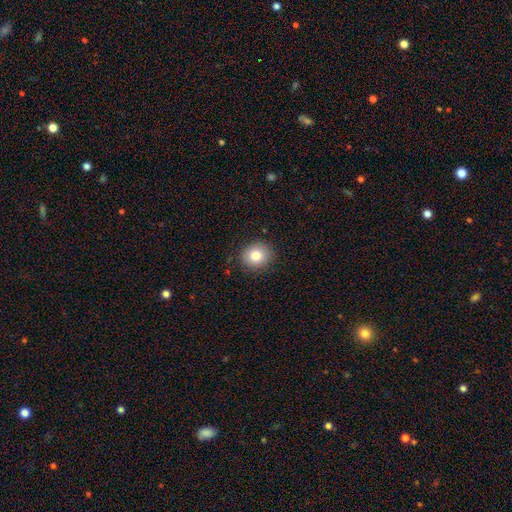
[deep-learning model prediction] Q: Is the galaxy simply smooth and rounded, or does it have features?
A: smooth — 83%.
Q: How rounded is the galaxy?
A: round — 80%.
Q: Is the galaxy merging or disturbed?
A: none — 87%.